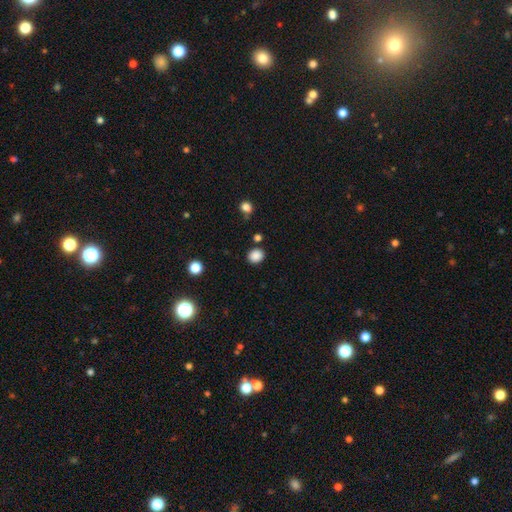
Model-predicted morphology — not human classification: A smooth galaxy with no disk features (86%) that is round (69%). Merging: none (85%).